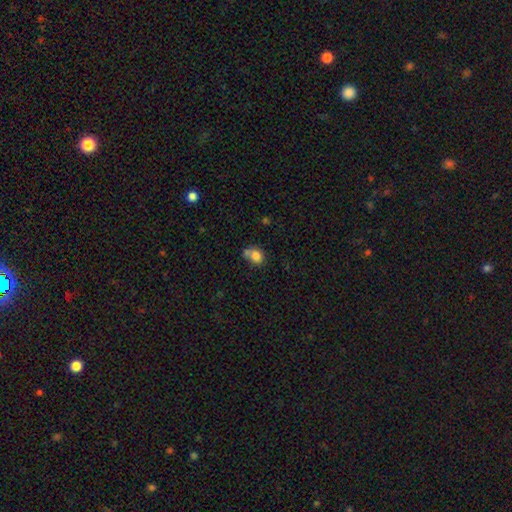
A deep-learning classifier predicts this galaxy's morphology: Overall: smooth (80%). How rounded: round (53%; in between 46%). Merging: none (39%; merger 36%).